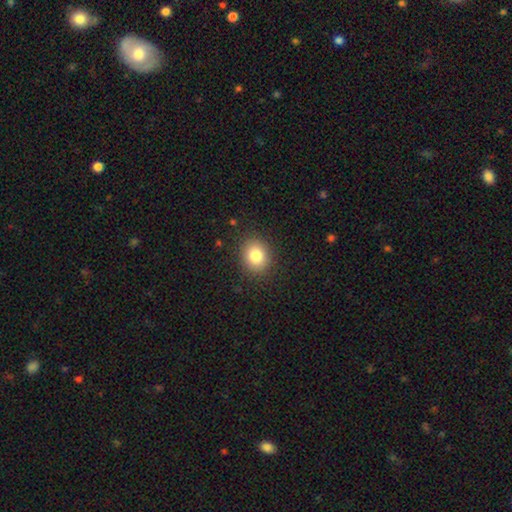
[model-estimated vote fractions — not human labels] Smooth or featured? smooth (83%)
How rounded? round (64%)
Merging? none (88%)